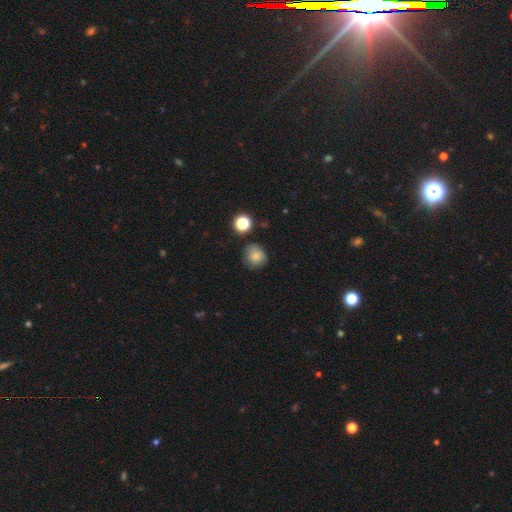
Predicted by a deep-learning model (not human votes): A smooth galaxy with no disk features (79%) that is round (84%).

Vote fractions:
- Smooth or featured? smooth: 79% / star or artifact: 11% / featured or disk: 10%
- How rounded? round: 84% / in between: 15% / cigar-shaped: 1%
- Merging? none: 74% / minor disturbance: 18% / major disturbance: 4% / merger: 3%